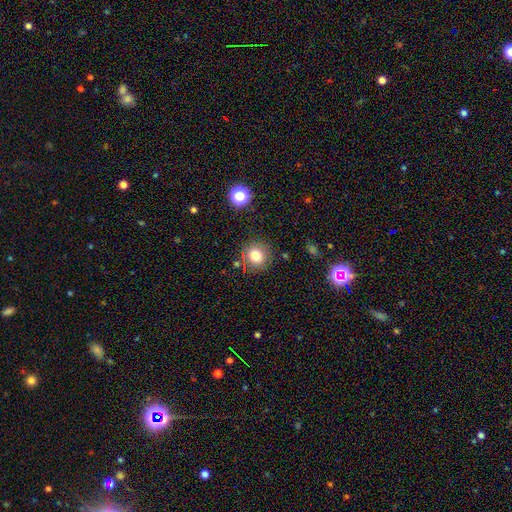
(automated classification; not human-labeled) This appears to be a smooth galaxy with no disk features (78%) that is round (92%). Merging: none (85%).